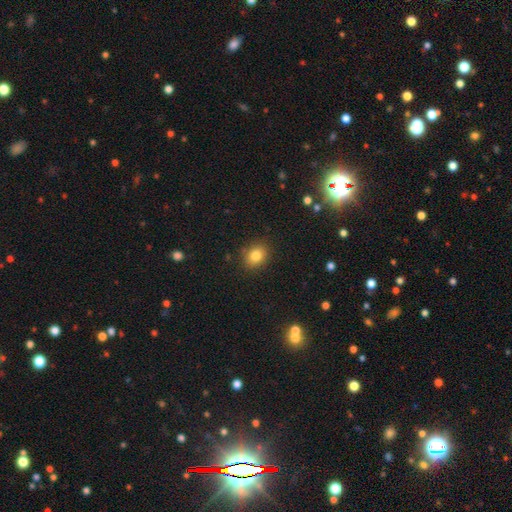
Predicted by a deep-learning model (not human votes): Smooth or featured: smooth — 82% (star or artifact — 11%)
How rounded: round — 51% (in between — 48%)
Merging: none — 87% (minor disturbance — 9%)